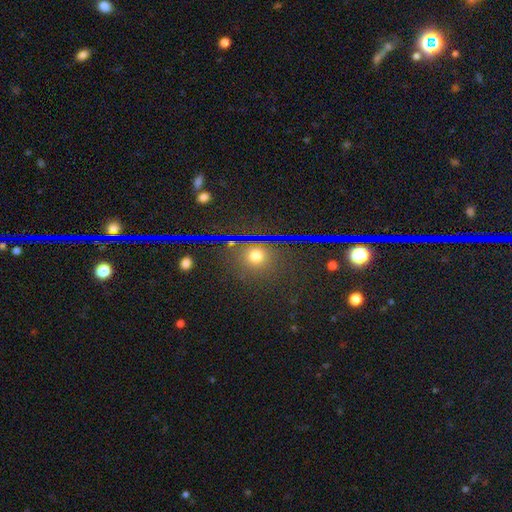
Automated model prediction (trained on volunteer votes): The model was most divided on "smooth or featured": smooth: 61%, star or artifact: 30%, featured or disk: 9%. More confident: how rounded — round (81%); merging — none (81%).